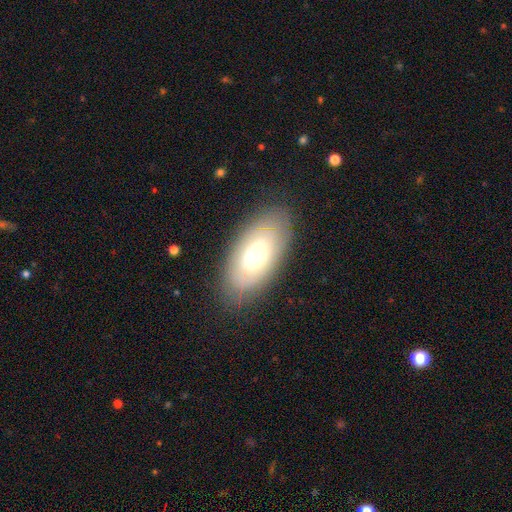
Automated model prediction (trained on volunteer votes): A smooth galaxy with no disk features (50%) that is in between round and cigar-shaped (91%).

Vote fractions:
- Smooth or featured? smooth: 50% / featured or disk: 42% / star or artifact: 8%
- How rounded? in between: 91% / round: 5% / cigar-shaped: 5%
- Merging? none: 80% / minor disturbance: 14% / major disturbance: 5% / merger: 1%